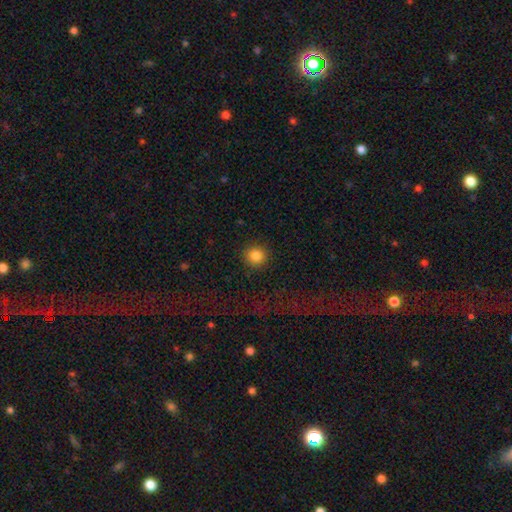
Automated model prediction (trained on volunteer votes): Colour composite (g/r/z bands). It shows a smooth galaxy with no disk features (85%) that is round (93%). Merging: none (91%).